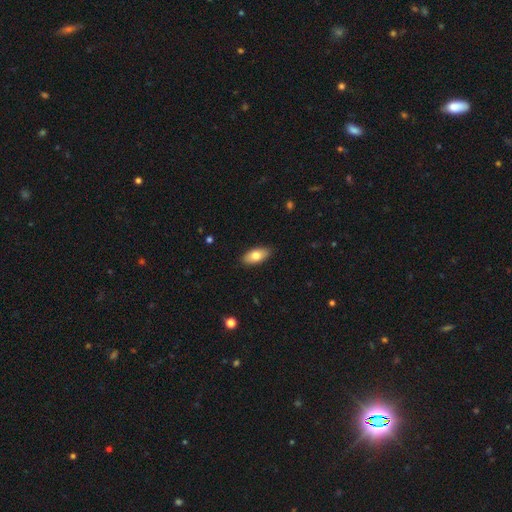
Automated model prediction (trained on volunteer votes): Morphology: type=smooth (77%); roundness=in between (91%); merging=none (88%).